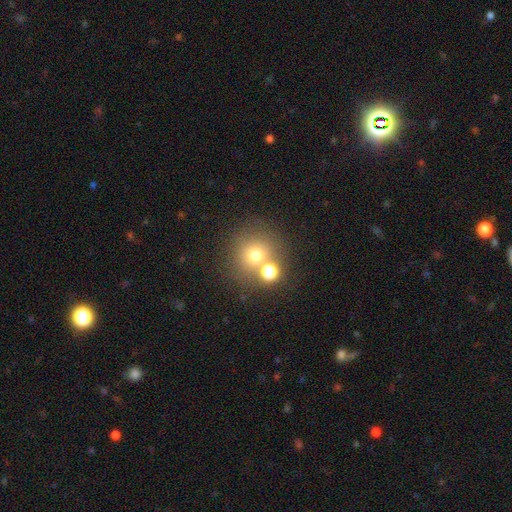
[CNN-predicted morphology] A smooth galaxy with no disk features (68%) that is round (91%). Merging: none (64%).